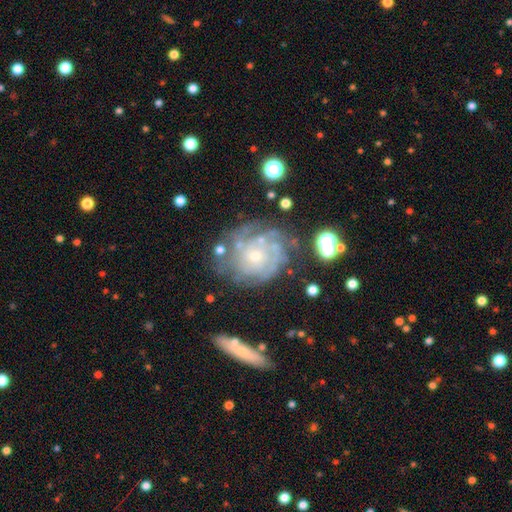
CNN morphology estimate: Smooth or featured: featured or disk — 77% (smooth — 14%)
Edge-on disk: no — 96% (yes — 4%)
Bar: no — 82% (weak — 15%)
Spiral arms: yes — 89% (no — 11%)
Spiral winding: tight — 70% (medium — 23%)
Spiral arm count: can't tell — 46% (4 — 16%)
Bulge size: small — 69% (moderate — 25%)
Merging: none — 66% (minor disturbance — 19%)